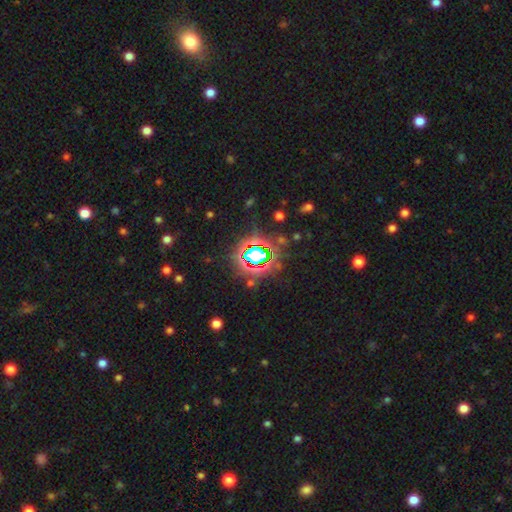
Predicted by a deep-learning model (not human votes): star or artifact 74%, smooth 16%, featured or disk 10%.